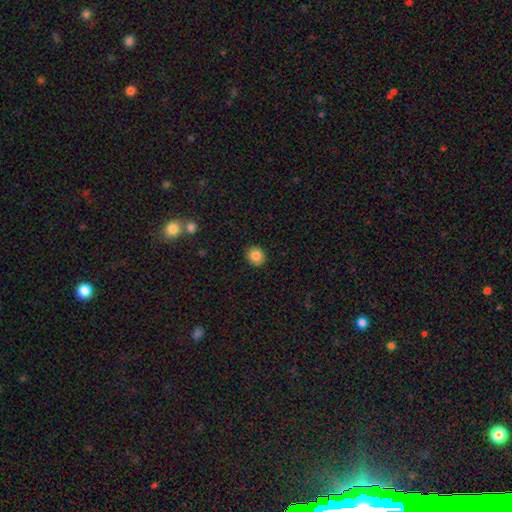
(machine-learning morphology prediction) Smooth or featured: smooth — 85% (star or artifact — 9%)
How rounded: round — 87% (in between — 12%)
Merging: none — 91% (minor disturbance — 7%)